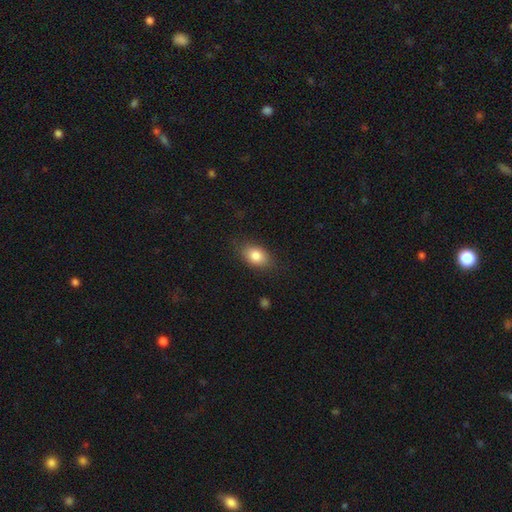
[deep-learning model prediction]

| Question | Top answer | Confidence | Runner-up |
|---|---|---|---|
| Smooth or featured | smooth | 83% | featured or disk (9%) |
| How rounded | in between | 84% | round (14%) |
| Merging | none | 82% | minor disturbance (13%) |